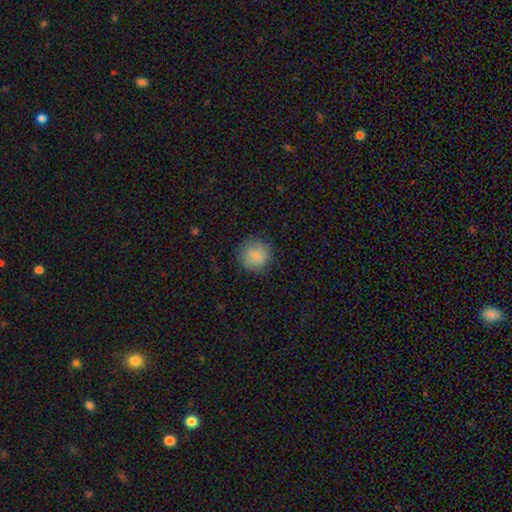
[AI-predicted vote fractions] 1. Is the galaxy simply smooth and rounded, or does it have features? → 80% smooth, 12% featured or disk, 7% star or artifact.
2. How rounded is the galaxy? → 93% round, 6% in between, 1% cigar-shaped.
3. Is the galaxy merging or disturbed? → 83% none, 13% minor disturbance, 4% major disturbance, 1% merger.